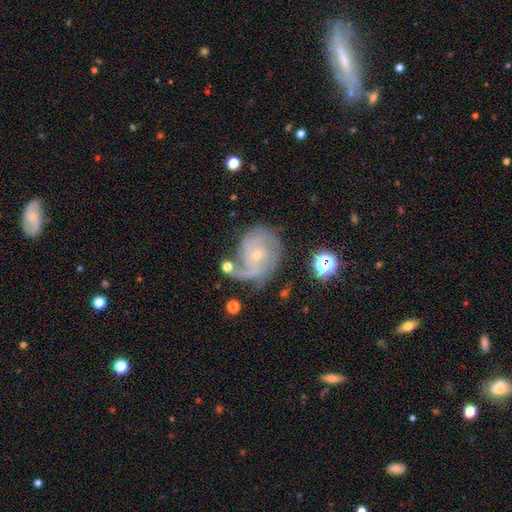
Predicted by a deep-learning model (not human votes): This appears to be a featured or disk galaxy (85%) with no bar (66%), 3 (32%) tight (52%) spiral arms (96%) and a small central bulge (74%). Merging: none (54%).